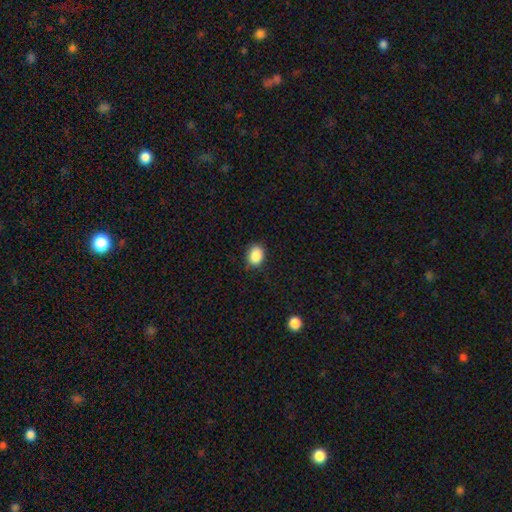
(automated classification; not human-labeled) Overall: smooth (88%). How rounded: in between (63%; round 36%). Merging: none (84%).